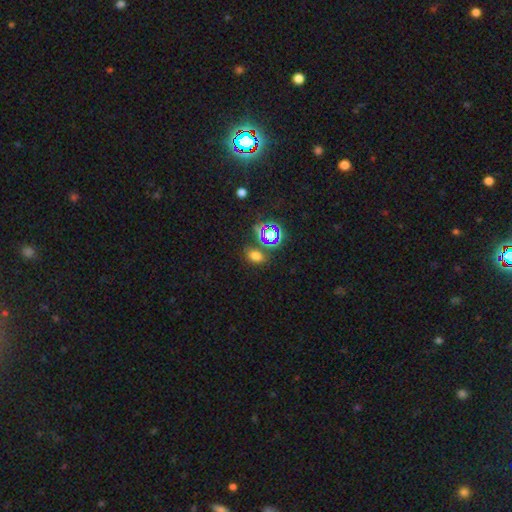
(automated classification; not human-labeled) Smooth or featured? Predicted: smooth (p=0.60). How rounded? Predicted: in between (p=0.71). Merging? Predicted: none (p=0.72).